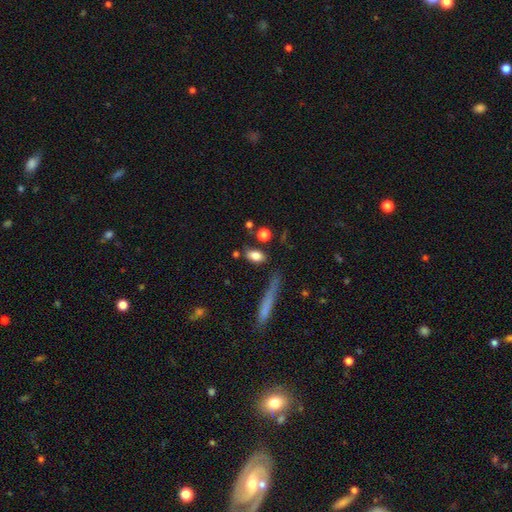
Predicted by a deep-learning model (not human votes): Smooth or featured?
  - smooth: 80% *
  - featured or disk: 11%
  - star or artifact: 9%
How rounded?
  - in between: 84% *
  - round: 10%
  - cigar-shaped: 7%
Merging?
  - none: 75% *
  - minor disturbance: 13%
  - merger: 7%
  - major disturbance: 4%